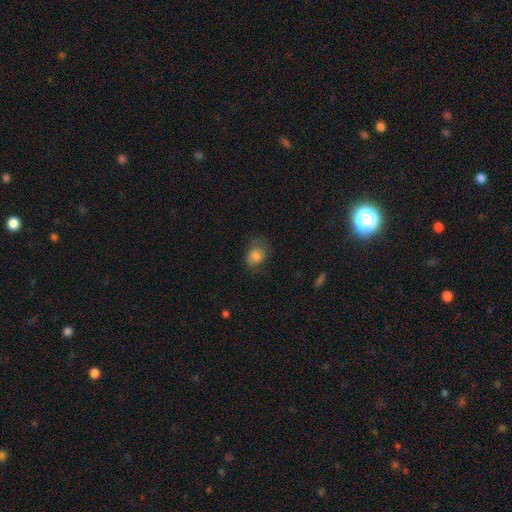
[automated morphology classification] smooth 74%, featured or disk 15%, star or artifact 10%. Down the decision tree: how rounded — in between (65%); merging — none (59%).